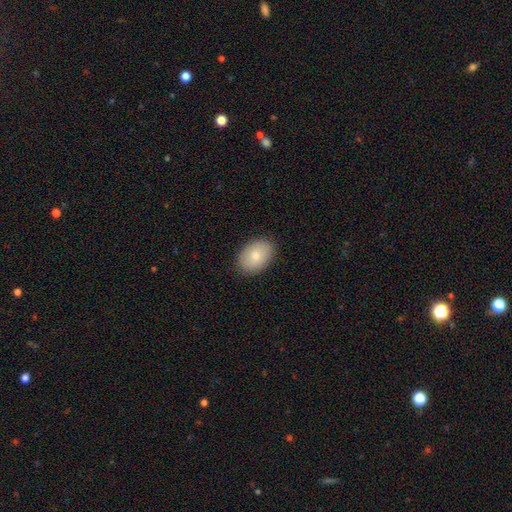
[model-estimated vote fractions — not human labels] A smooth galaxy with no disk features (82%) that is in between round and cigar-shaped (84%).

Vote fractions:
- Smooth or featured? smooth: 82% / featured or disk: 11% / star or artifact: 6%
- How rounded? in between: 84% / round: 15% / cigar-shaped: 1%
- Merging? none: 87% / minor disturbance: 10% / major disturbance: 2% / merger: 1%